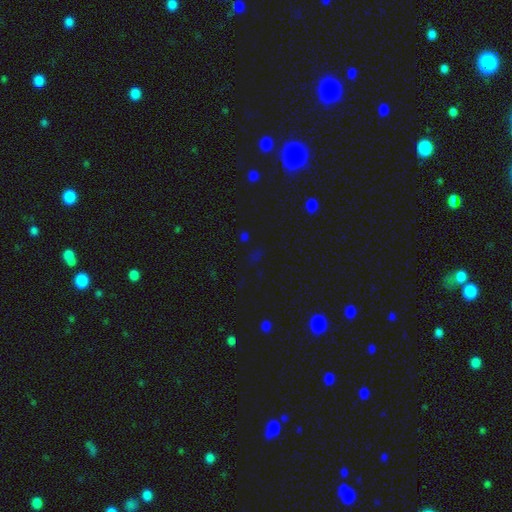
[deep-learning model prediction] Morphology: type=star or artifact (63%).